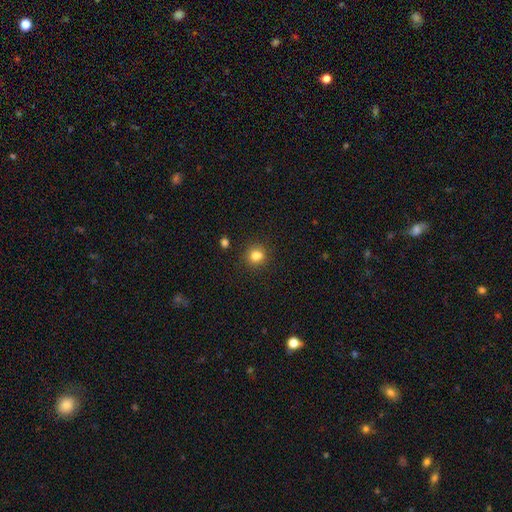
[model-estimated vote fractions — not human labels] Smooth or featured? smooth (82%)
How rounded? round (82%)
Merging? none (87%)